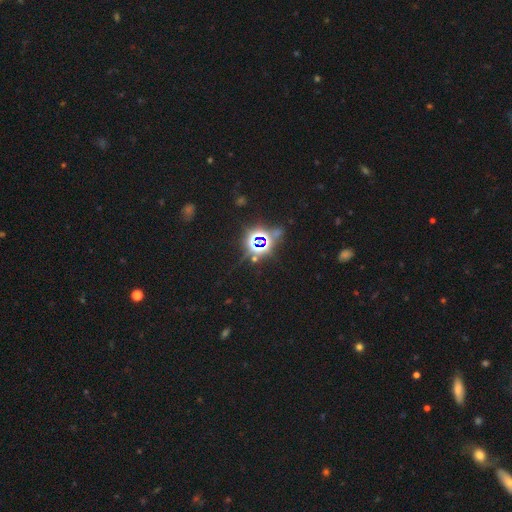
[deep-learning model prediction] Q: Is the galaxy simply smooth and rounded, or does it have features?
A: star or artifact — 80%.